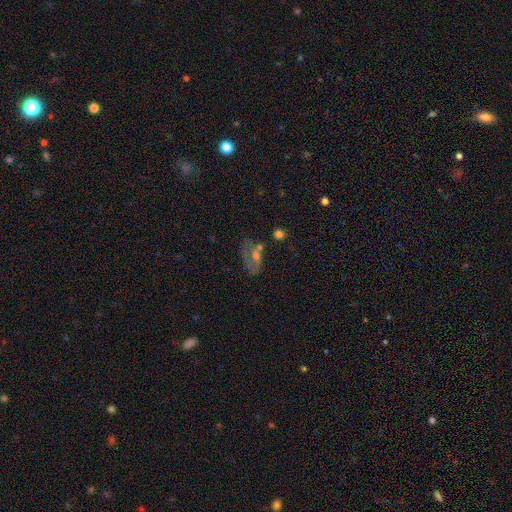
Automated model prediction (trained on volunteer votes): smooth-or-featured: featured or disk: 43% | smooth: 38% | star or artifact: 19%
  merging: none: 40% | minor disturbance: 22% | major disturbance: 21% | merger: 17%